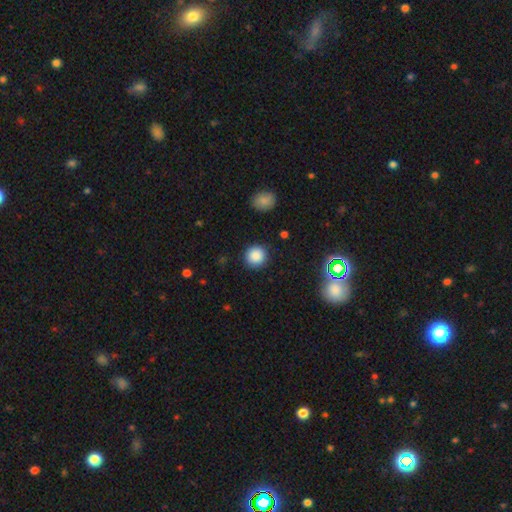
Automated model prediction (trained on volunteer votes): This appears to be a smooth galaxy with no disk features (87%) that is round (93%). Merging: none (90%).